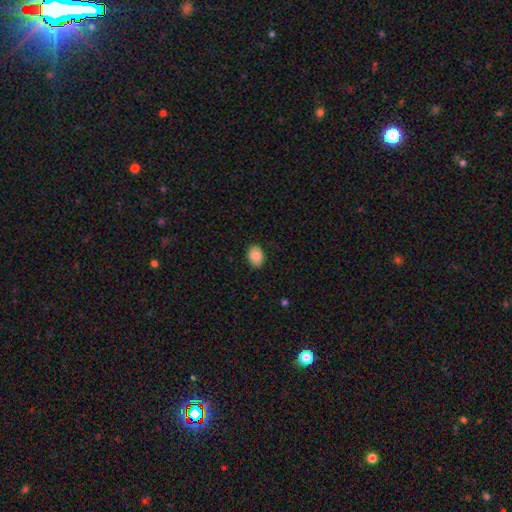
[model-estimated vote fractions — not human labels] Smooth or featured?
  - smooth: 84% *
  - featured or disk: 9%
  - star or artifact: 7%
How rounded?
  - in between: 77% *
  - round: 22%
  - cigar-shaped: 1%
Merging?
  - none: 87% *
  - minor disturbance: 10%
  - major disturbance: 2%
  - merger: 1%